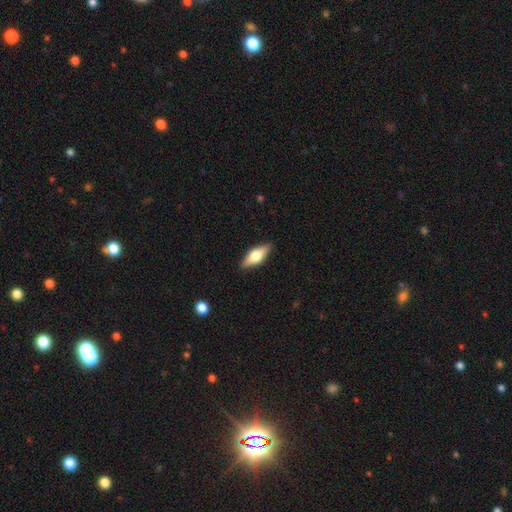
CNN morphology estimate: smooth_or_featured: smooth (p=0.55) [alt: featured or disk p=0.39]
how_rounded: in between (p=0.66) [alt: cigar-shaped p=0.31]
merging: none (p=0.88) [alt: minor disturbance p=0.09]